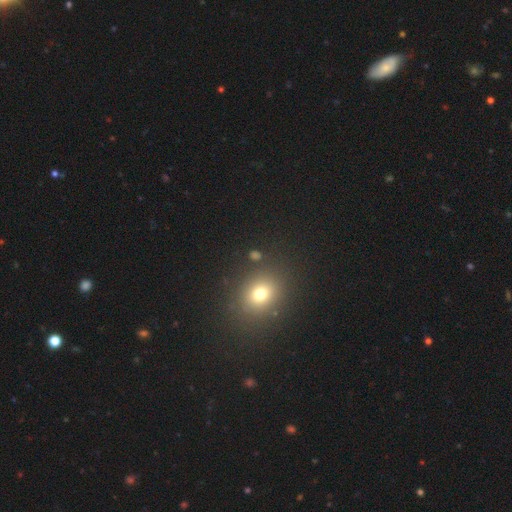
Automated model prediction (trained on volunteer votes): Q: Smooth or featured?
A: smooth (65%); runner-up: star or artifact (26%)
Q: How rounded?
A: round (68%); runner-up: in between (31%)
Q: Merging?
A: none (83%); runner-up: minor disturbance (8%)